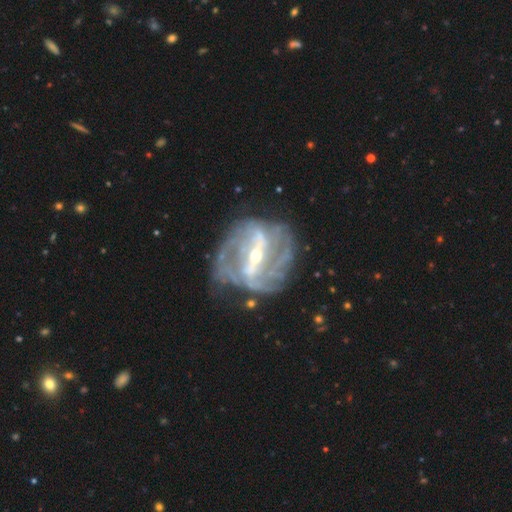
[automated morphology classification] A featured or disk galaxy (90%) with a strong bar (70%), 2 (39%) tight (42%) spiral arms (93%) and a small central bulge (60%).

Vote fractions:
- Smooth or featured? featured or disk: 90% / star or artifact: 6% / smooth: 5%
- Edge-on disk? no: 95% / yes: 5%
- Bar? strong: 70% / weak: 22% / no: 7%
- Spiral arms? yes: 93% / no: 7%
- Spiral winding? tight: 42% / medium: 40% / loose: 18%
- Spiral arm count? 2: 39% / can't tell: 23% / 3: 16% / 4: 11% / more than 4: 6% / 1: 5%
- Bulge size? small: 60% / moderate: 37% / large: 2% / none: 1% / dominant: 1%
- Merging? none: 64% / minor disturbance: 19% / major disturbance: 14% / merger: 3%